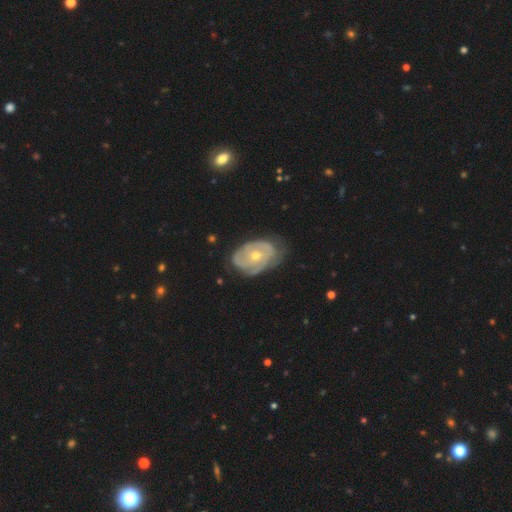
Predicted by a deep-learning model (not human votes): Smooth or featured? featured or disk (78%)
Edge-on disk? no (96%)
Bar? no (77%)
Spiral arms? yes (84%)
Spiral winding? tight (66%)
Spiral arm count? can't tell (39%)
Bulge size? moderate (55%)
Merging? none (62%)